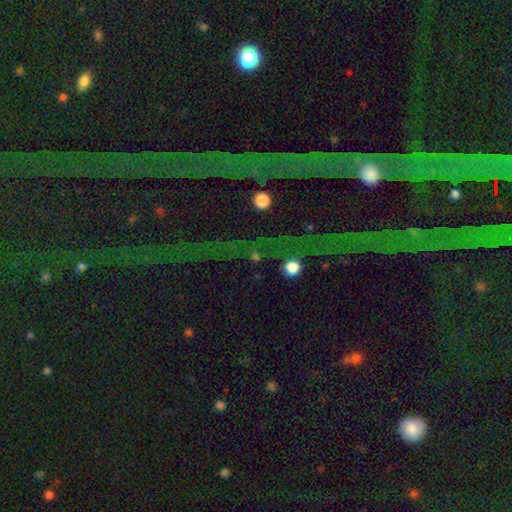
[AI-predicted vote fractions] A star or artifact, not a galaxy (63%).

Vote fractions:
- Smooth or featured? star or artifact: 63% / smooth: 22% / featured or disk: 15%